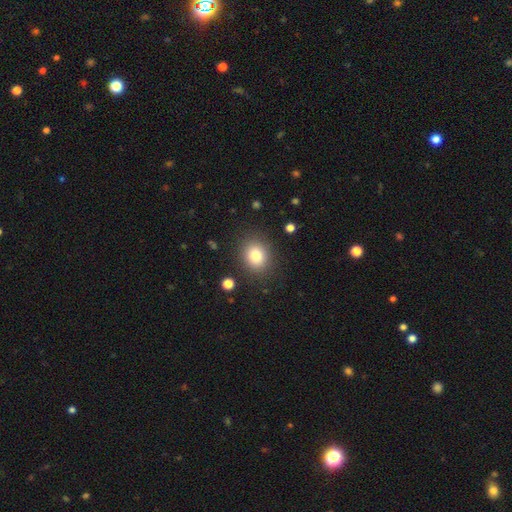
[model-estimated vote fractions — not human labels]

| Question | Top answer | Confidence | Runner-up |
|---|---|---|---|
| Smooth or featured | smooth | 79% | star or artifact (11%) |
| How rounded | round | 65% | in between (34%) |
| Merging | none | 87% | minor disturbance (8%) |